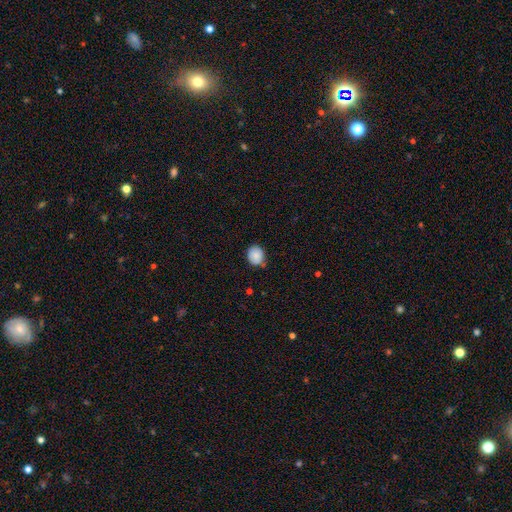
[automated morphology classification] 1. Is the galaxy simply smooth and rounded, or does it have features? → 86% smooth, 8% star or artifact, 6% featured or disk.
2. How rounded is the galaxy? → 70% round, 29% in between, 1% cigar-shaped.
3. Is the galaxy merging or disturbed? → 76% none, 18% minor disturbance, 3% merger, 3% major disturbance.